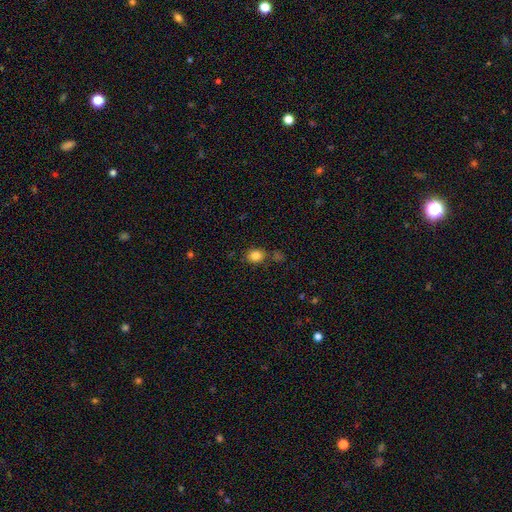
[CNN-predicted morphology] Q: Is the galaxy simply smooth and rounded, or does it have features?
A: smooth — 83%.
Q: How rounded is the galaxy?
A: round — 60%.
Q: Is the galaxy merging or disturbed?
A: none — 73%.